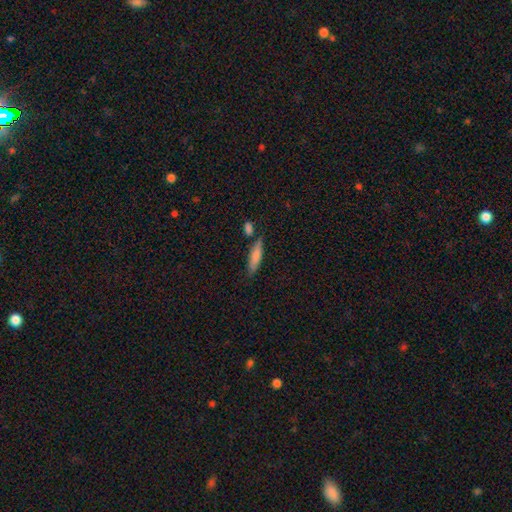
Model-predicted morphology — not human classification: A smooth galaxy with no disk features (78%) that is cigar-shaped (71%).

Vote fractions:
- Smooth or featured? smooth: 78% / featured or disk: 16% / star or artifact: 7%
- How rounded? cigar-shaped: 71% / in between: 27% / round: 2%
- Merging? none: 68% / minor disturbance: 16% / merger: 13% / major disturbance: 4%